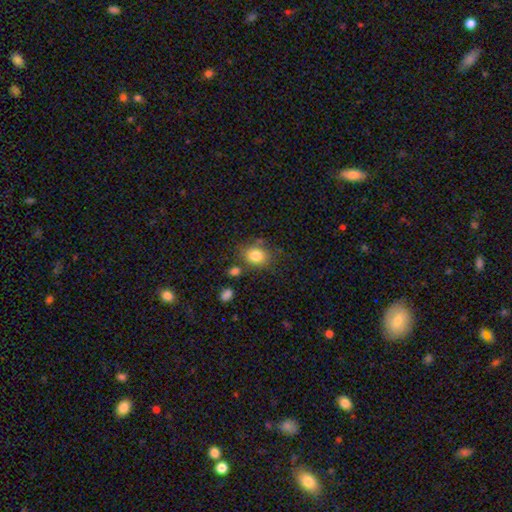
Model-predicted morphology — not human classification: type=smooth (82%); roundness=round (54%); merging=none (71%).